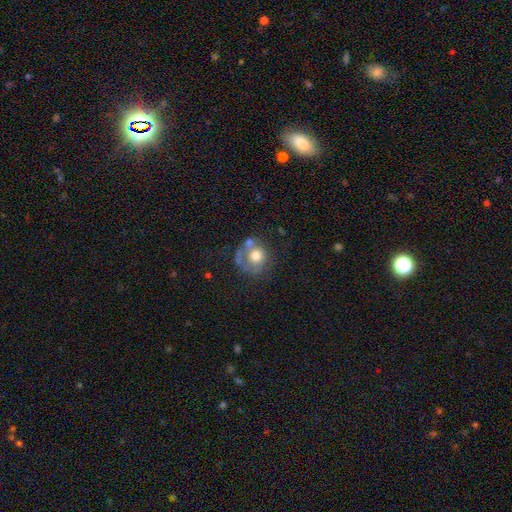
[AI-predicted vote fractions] smooth_or_featured: smooth (p=0.57) [alt: featured or disk p=0.34]
how_rounded: round (p=0.83) [alt: in between p=0.16]
merging: none (p=0.39) [alt: major disturbance p=0.21]